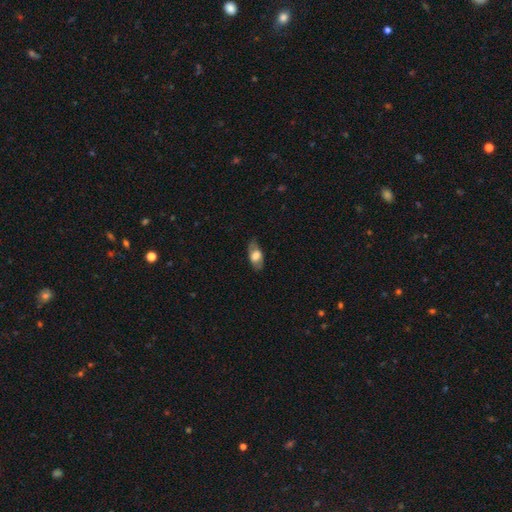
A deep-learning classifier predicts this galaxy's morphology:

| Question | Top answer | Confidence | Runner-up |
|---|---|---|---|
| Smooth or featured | smooth | 60% | featured or disk (33%) |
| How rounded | in between | 87% | cigar-shaped (8%) |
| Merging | none | 74% | minor disturbance (19%) |